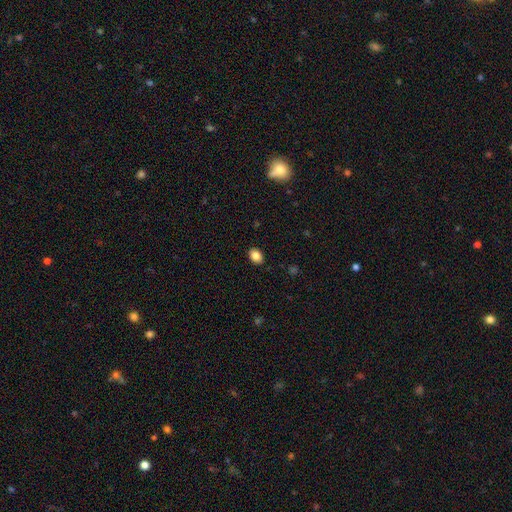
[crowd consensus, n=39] Overall: smooth (92%). How rounded: in between (61%; round 33%). Merging: none (83%).